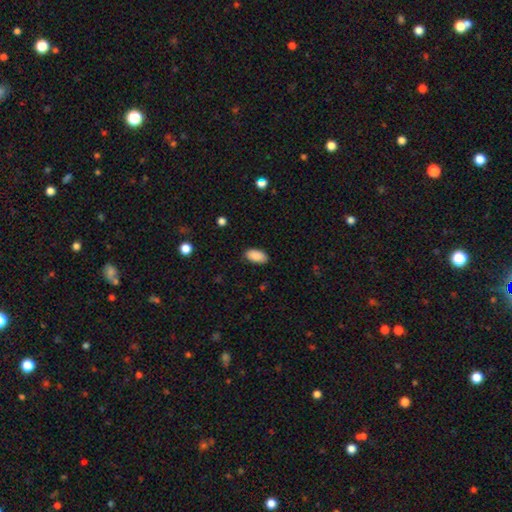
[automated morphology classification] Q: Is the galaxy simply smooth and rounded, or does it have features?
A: smooth — 90%.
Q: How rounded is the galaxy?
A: in between — 94%.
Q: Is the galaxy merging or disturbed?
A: none — 85%.